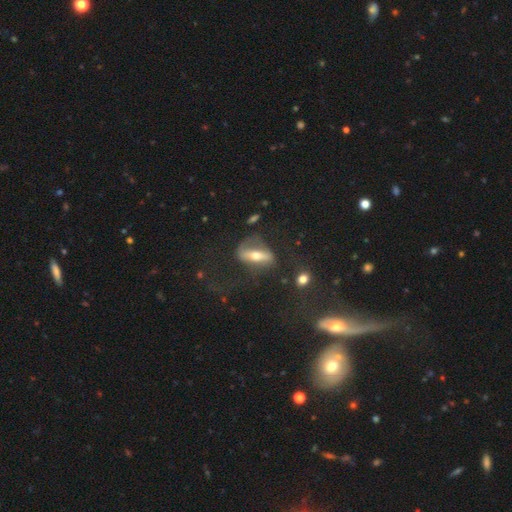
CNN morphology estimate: type=featured or disk (68%); edge-on=no (65%); merging=none (42%).